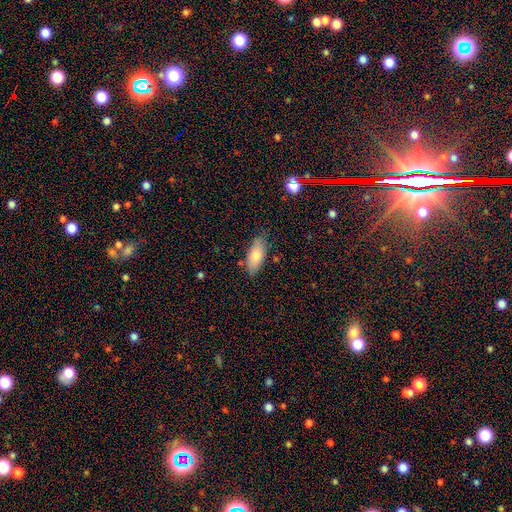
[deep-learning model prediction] This is likely a smooth galaxy (77%). How rounded: clearly in between (81%). Merging: clearly none (81%).